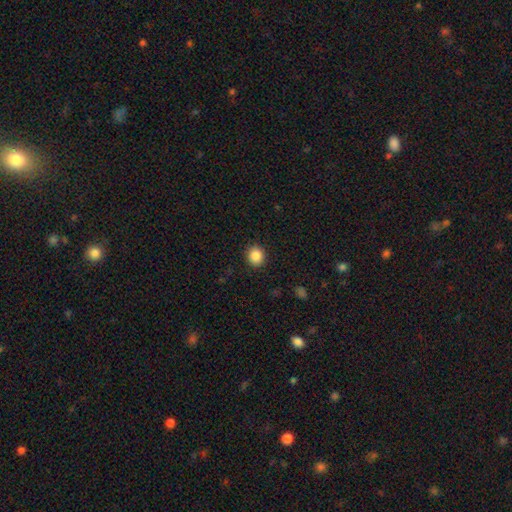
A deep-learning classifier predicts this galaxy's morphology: A smooth galaxy with no disk features (87%) that is round (80%).

Vote fractions:
- Smooth or featured? smooth: 87% / star or artifact: 9% / featured or disk: 3%
- How rounded? round: 80% / in between: 19% / cigar-shaped: 1%
- Merging? none: 91% / minor disturbance: 6% / major disturbance: 2% / merger: 1%